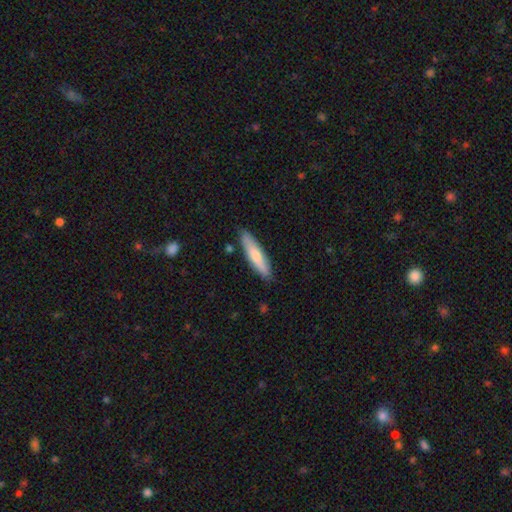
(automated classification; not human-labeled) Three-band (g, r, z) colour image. It shows a smooth galaxy with no disk features (71%) that is cigar-shaped (78%). Merging: none (85%).